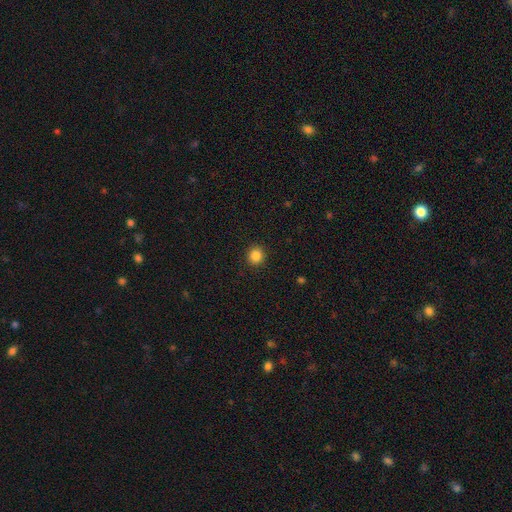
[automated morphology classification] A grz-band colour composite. It shows a smooth galaxy with no disk features (86%) that is round (92%). Merging: none (92%).